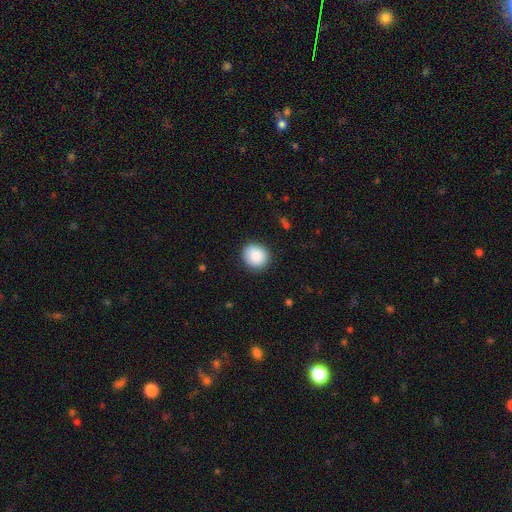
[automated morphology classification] Smooth or featured?
  - smooth: 89% *
  - star or artifact: 7%
  - featured or disk: 4%
How rounded?
  - round: 79% *
  - in between: 20%
  - cigar-shaped: 1%
Merging?
  - none: 88% *
  - minor disturbance: 9%
  - major disturbance: 2%
  - merger: 1%